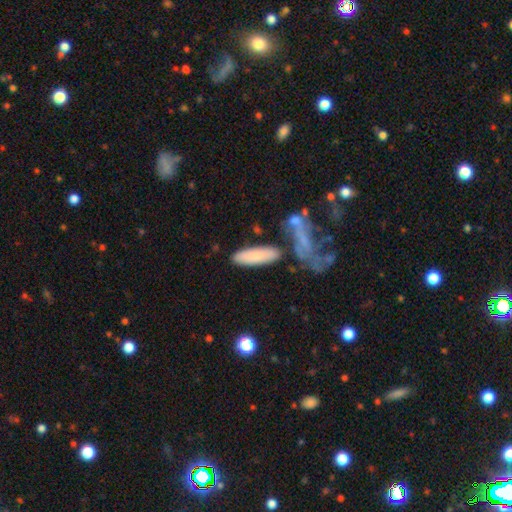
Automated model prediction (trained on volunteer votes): Q: Smooth or featured?
A: smooth (78%); runner-up: featured or disk (15%)
Q: How rounded?
A: cigar-shaped (50%); runner-up: in between (48%)
Q: Merging?
A: none (68%); runner-up: minor disturbance (14%)